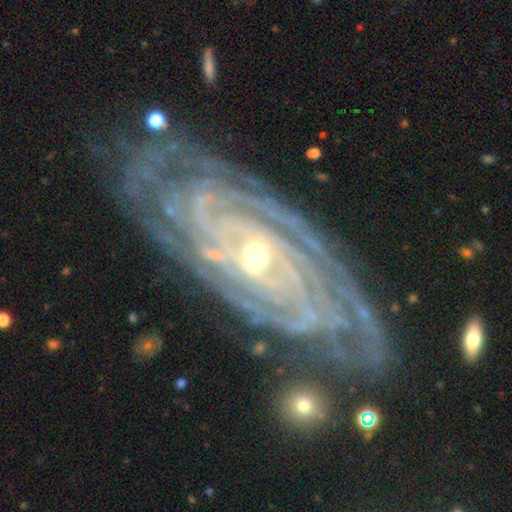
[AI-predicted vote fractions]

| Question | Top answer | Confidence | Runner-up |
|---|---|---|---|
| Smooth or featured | featured or disk | 90% | star or artifact (6%) |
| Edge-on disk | no | 92% | yes (8%) |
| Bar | no | 59% | weak (27%) |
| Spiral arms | yes | 98% | no (2%) |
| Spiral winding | tight | 84% | medium (13%) |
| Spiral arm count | can't tell | 28% | 4 (17%) |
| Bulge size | small | 57% | moderate (39%) |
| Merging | none | 77% | minor disturbance (16%) |